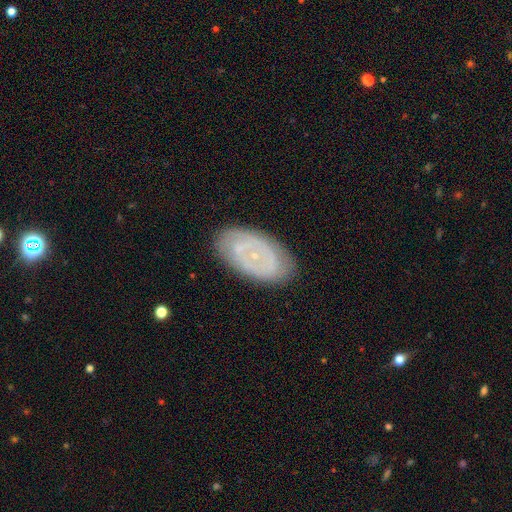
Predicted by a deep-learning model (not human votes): Morphology: type=featured or disk (61%); edge-on=no (93%); bar=no (65%); spiral arms=yes (54%); bulge=small (79%); merging=none (82%).